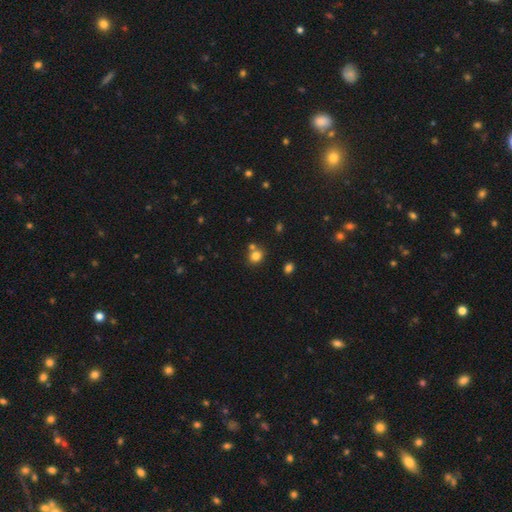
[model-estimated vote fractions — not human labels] smooth_or_featured: smooth (p=0.79) [alt: star or artifact p=0.14]
how_rounded: round (p=0.74) [alt: in between p=0.25]
merging: none (p=0.63) [alt: merger p=0.23]